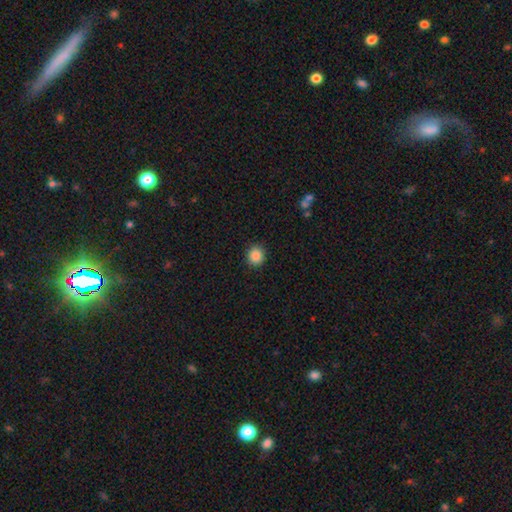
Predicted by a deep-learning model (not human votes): A smooth galaxy with no disk features (88%) that is round (88%).

Vote fractions:
- Smooth or featured? smooth: 88% / star or artifact: 9% / featured or disk: 3%
- How rounded? round: 88% / in between: 11% / cigar-shaped: 1%
- Merging? none: 91% / minor disturbance: 6% / major disturbance: 2% / merger: 1%